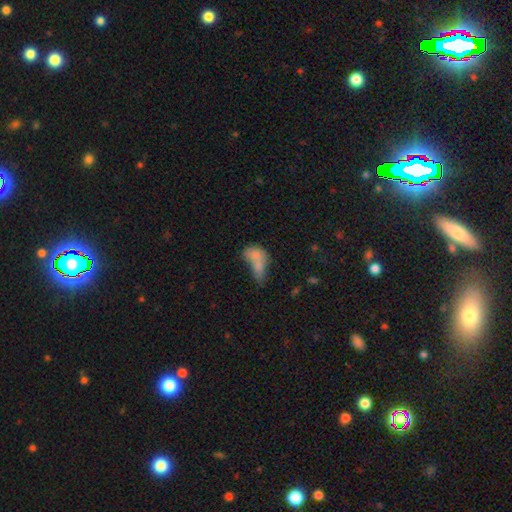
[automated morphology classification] The model was most divided on "merging": merger: 47%, major disturbance: 19%, none: 19%, minor disturbance: 15%. More confident: how rounded — in between (80%); smooth or featured — smooth (71%).